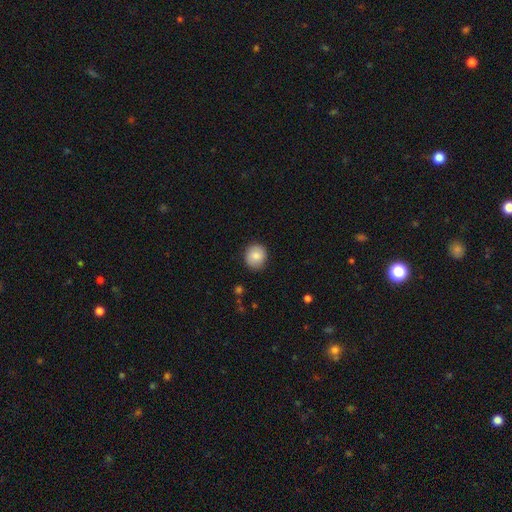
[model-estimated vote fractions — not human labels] smooth 86%, star or artifact 7%, featured or disk 7%. Down the decision tree: how rounded — round (83%); merging — none (88%).